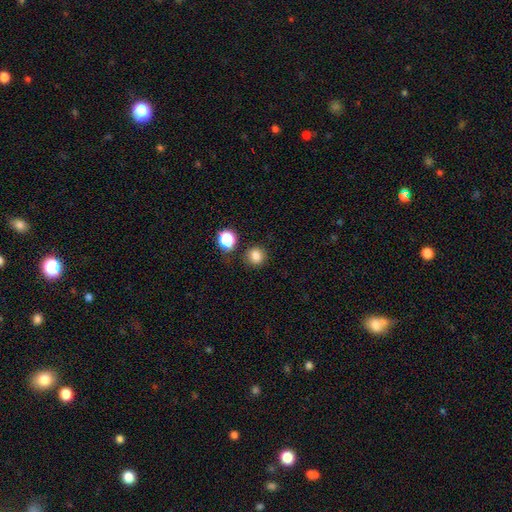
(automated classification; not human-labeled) Overall: smooth (82%). How rounded: round (90%). Merging: none (85%).